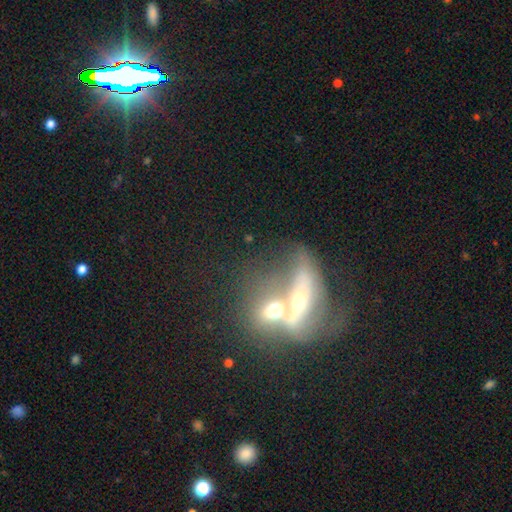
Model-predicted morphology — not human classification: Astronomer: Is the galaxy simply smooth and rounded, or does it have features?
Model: featured or disk — 53% (runner-up: smooth, 29%).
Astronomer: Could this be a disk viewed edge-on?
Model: no — 75%.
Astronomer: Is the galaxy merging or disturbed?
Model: merger — 77%.